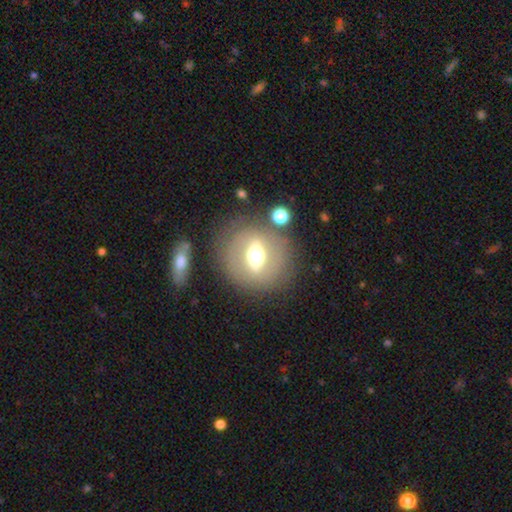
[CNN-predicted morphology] This appears to be a featured or disk galaxy (55%). Merging: none (77%).